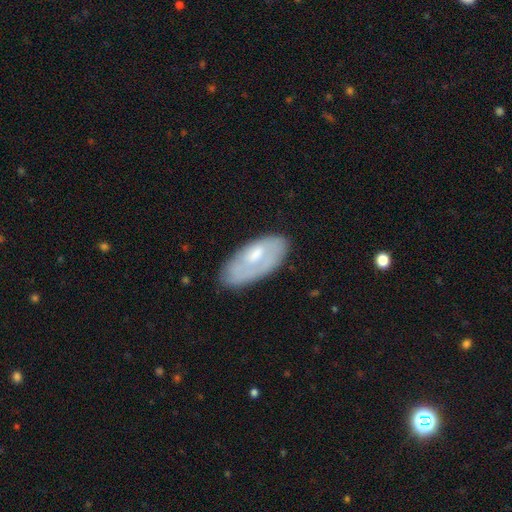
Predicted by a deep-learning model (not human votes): Smooth or featured? smooth (53%)
How rounded? in between (87%)
Merging? none (62%)